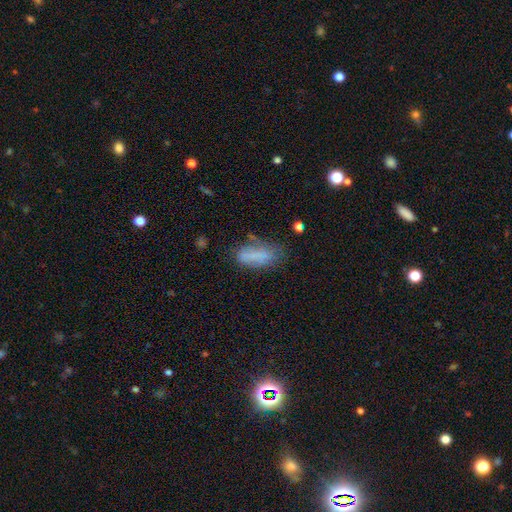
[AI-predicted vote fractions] Smooth or featured? Predicted: smooth (p=0.69). How rounded? Predicted: in between (p=0.69). Merging? Predicted: none (p=0.50).